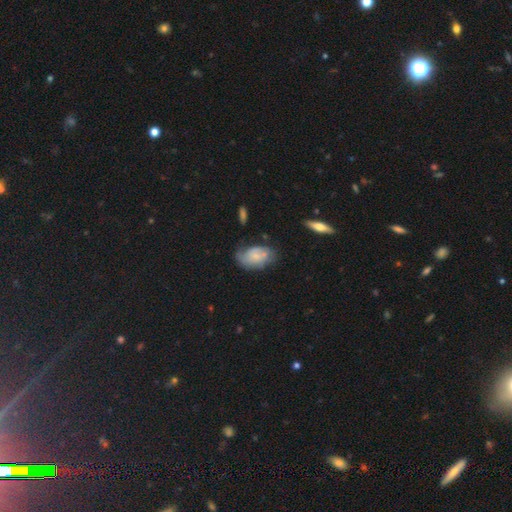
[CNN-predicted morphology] A smooth galaxy with no disk features (49%). Merging: none (51%).